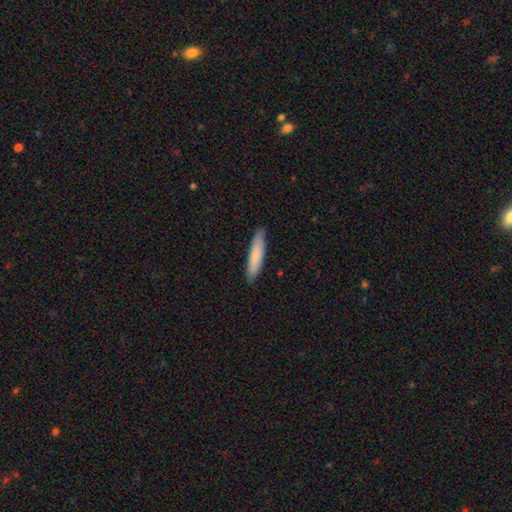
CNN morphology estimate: Q: Smooth or featured?
A: smooth (80%); runner-up: featured or disk (15%)
Q: How rounded?
A: cigar-shaped (84%); runner-up: in between (15%)
Q: Merging?
A: none (87%); runner-up: minor disturbance (10%)